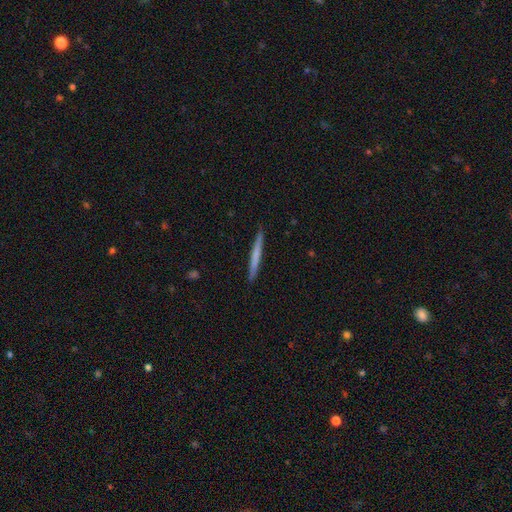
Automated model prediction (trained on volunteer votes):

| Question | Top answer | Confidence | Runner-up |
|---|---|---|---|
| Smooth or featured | smooth | 59% | featured or disk (36%) |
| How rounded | cigar-shaped | 97% | in between (2%) |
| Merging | none | 91% | minor disturbance (6%) |